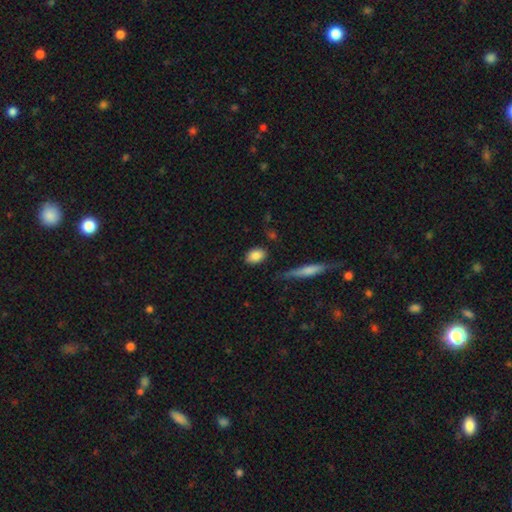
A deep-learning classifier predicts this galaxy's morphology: Q: Smooth or featured?
A: smooth (87%); runner-up: star or artifact (7%)
Q: How rounded?
A: in between (80%); runner-up: round (18%)
Q: Merging?
A: none (84%); runner-up: minor disturbance (11%)